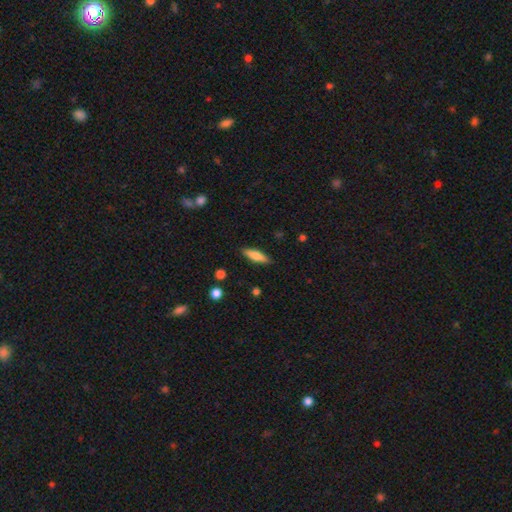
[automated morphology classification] Smooth or featured?
  - smooth: 60% *
  - featured or disk: 34%
  - star or artifact: 6%
How rounded?
  - cigar-shaped: 66% *
  - in between: 31%
  - round: 2%
Merging?
  - none: 88% *
  - minor disturbance: 8%
  - major disturbance: 2%
  - merger: 1%